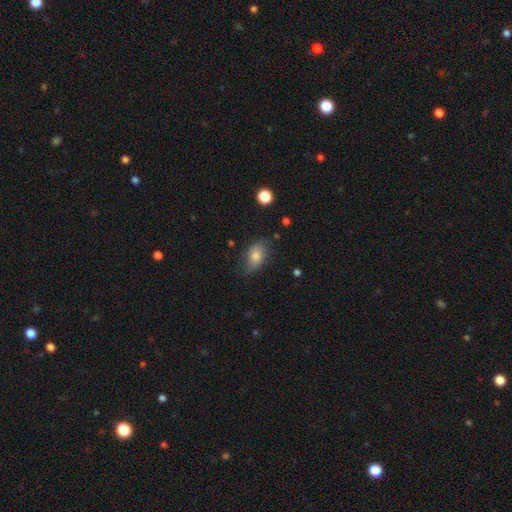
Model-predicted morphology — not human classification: Q: Smooth or featured?
A: smooth (67%); runner-up: featured or disk (23%)
Q: How rounded?
A: in between (87%); runner-up: round (9%)
Q: Merging?
A: none (68%); runner-up: minor disturbance (24%)